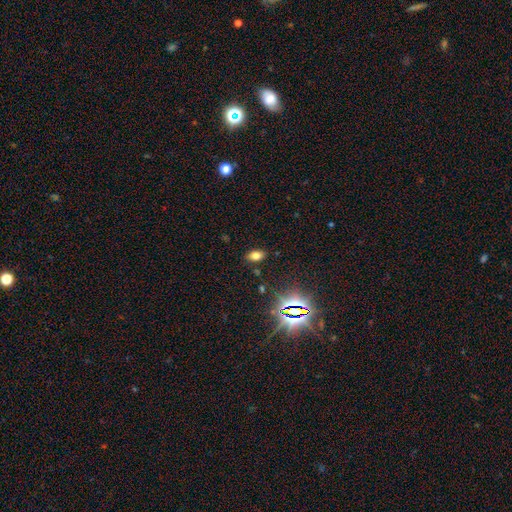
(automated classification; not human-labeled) Smooth or featured? Predicted: smooth (p=0.70). How rounded? Predicted: in between (p=0.88). Merging? Predicted: none (p=0.86).